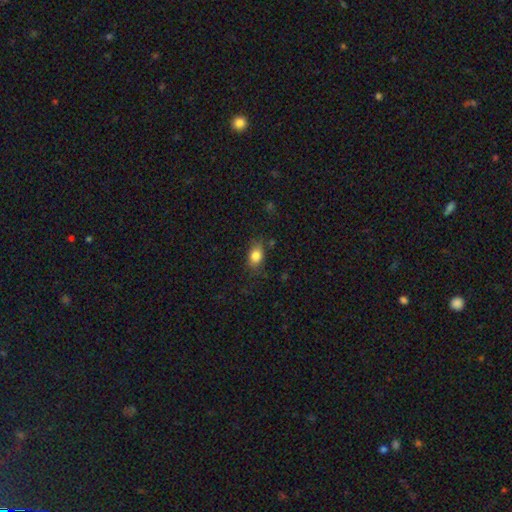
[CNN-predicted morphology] smooth_or_featured: smooth (p=0.83) [alt: star or artifact p=0.09]
how_rounded: in between (p=0.77) [alt: round p=0.21]
merging: none (p=0.76) [alt: minor disturbance p=0.17]